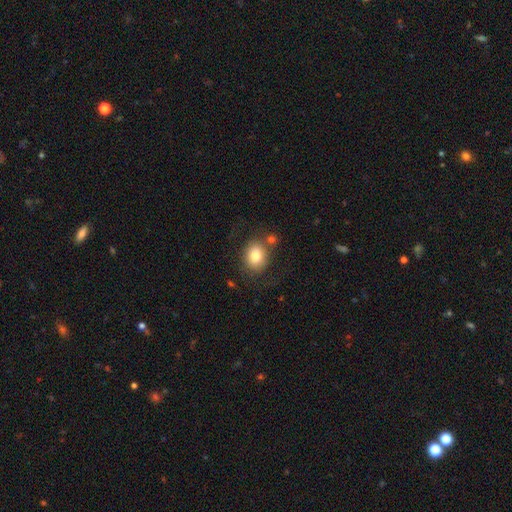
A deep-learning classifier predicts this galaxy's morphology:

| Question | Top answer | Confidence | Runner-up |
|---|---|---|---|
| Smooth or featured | smooth | 79% | featured or disk (12%) |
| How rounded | round | 61% | in between (38%) |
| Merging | none | 71% | minor disturbance (14%) |